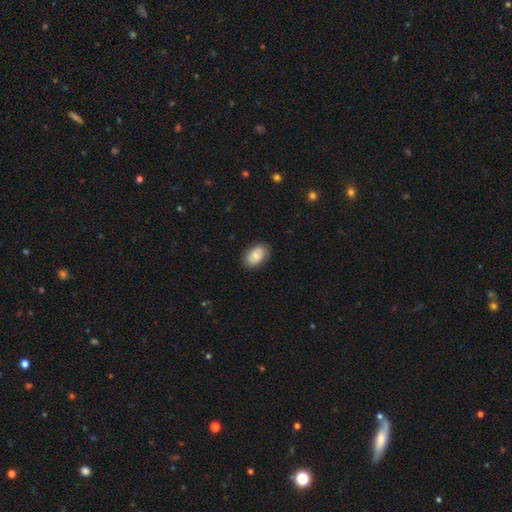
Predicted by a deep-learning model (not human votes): Overall: smooth (77%). How rounded: in between (88%). Merging: none (83%).